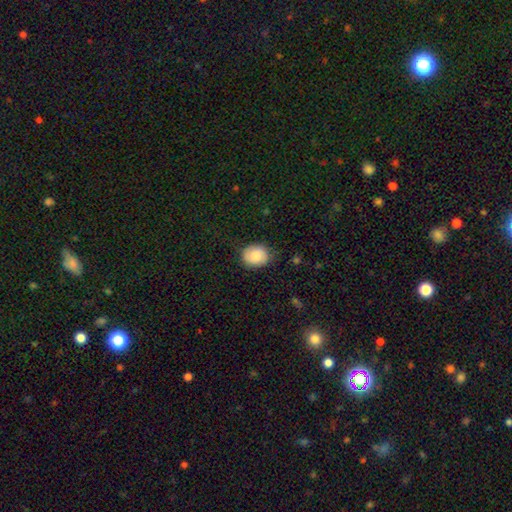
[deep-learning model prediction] Overall: smooth (82%). How rounded: round (57%; in between 42%). Merging: none (78%).